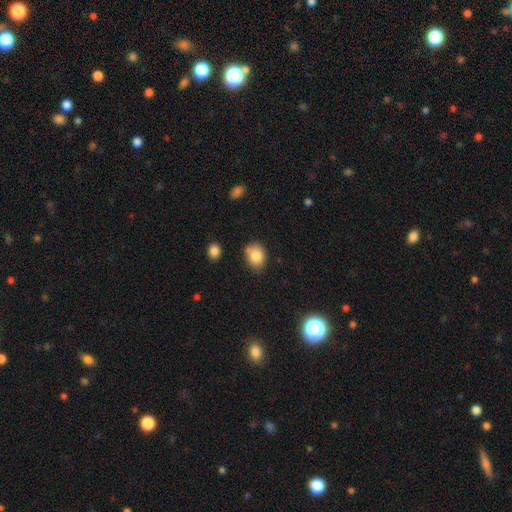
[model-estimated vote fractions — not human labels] smooth-or-featured: smooth: 83% | star or artifact: 9% | featured or disk: 8%
  how-rounded: in between: 54% | round: 45% | cigar-shaped: 1%
  merging: none: 73% | minor disturbance: 20% | major disturbance: 4% | merger: 3%